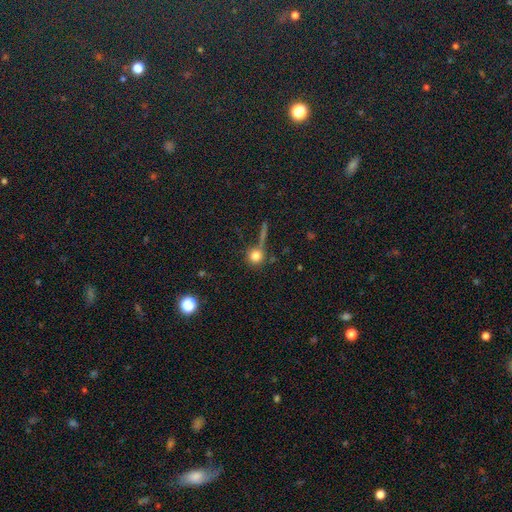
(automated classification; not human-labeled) Smooth or featured: smooth — 77% (star or artifact — 14%)
How rounded: round — 92% (in between — 6%)
Merging: none — 69% (merger — 15%)